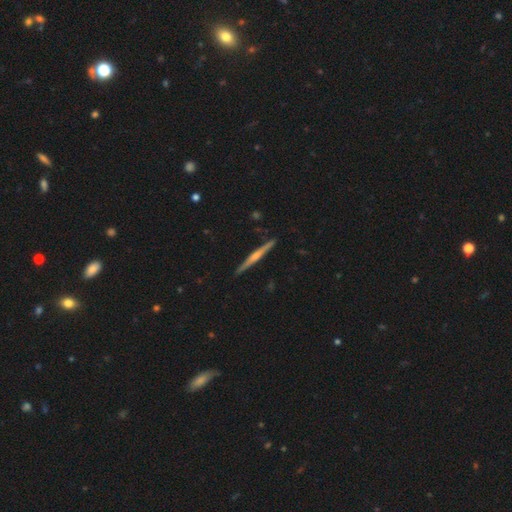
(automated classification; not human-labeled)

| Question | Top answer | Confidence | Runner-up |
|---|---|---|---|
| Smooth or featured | featured or disk | 74% | smooth (21%) |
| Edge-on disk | yes | 98% | no (2%) |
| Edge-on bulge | rounded | 70% | none (20%) |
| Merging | none | 91% | minor disturbance (6%) |